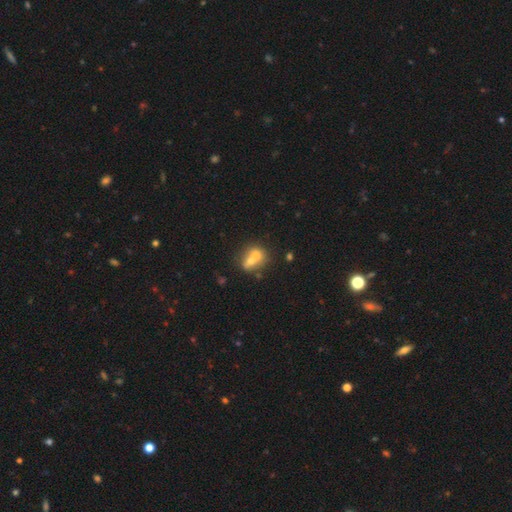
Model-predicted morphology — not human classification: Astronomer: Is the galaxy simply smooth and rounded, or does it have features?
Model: smooth — 63%.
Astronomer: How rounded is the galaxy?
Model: round — 59% (runner-up: in between, 39%).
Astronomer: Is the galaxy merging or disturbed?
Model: merger — 65%.